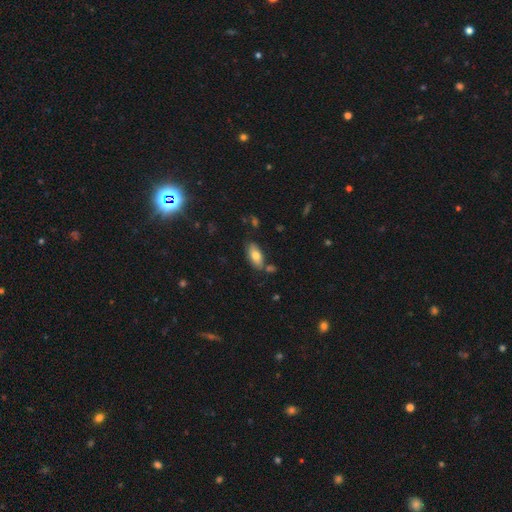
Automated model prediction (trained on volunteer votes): This is likely a smooth galaxy (75%). How rounded: clearly in between (90%). Merging: likely none (76%).